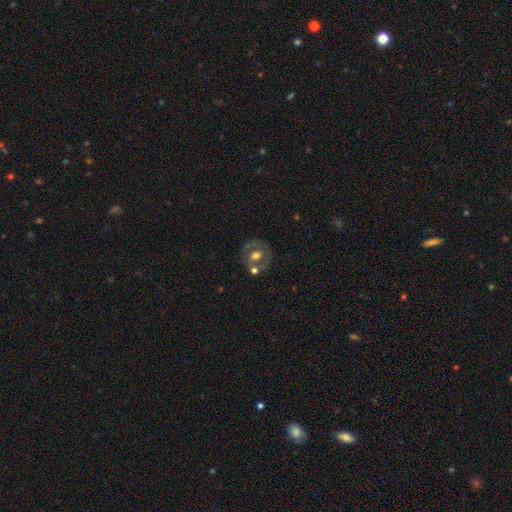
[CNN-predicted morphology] Overall: featured or disk (55%; smooth 37%). Edge-on disk: no (95%). Bar: no (68%). Spiral arms: no (73%). Bulge size: moderate (67%). Merging: none (63%).